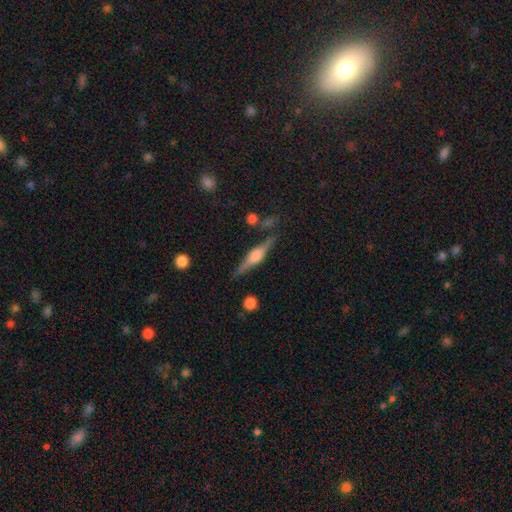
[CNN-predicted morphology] Smooth or featured? featured or disk (76%)
Edge-on disk? yes (97%)
Edge-on bulge? rounded (78%)
Merging? none (82%)